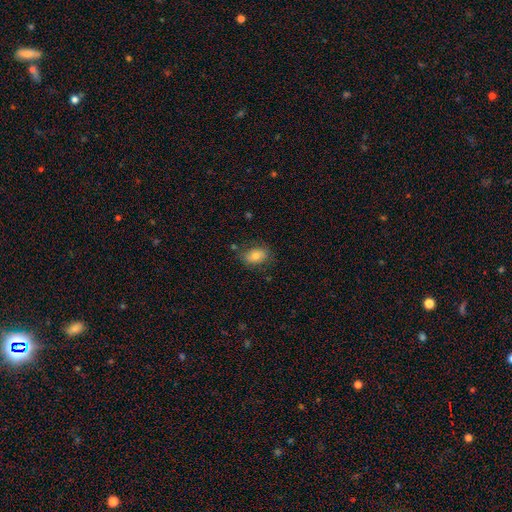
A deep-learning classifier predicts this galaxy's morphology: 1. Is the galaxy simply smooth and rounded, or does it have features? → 76% smooth, 16% featured or disk, 8% star or artifact.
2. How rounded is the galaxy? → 82% in between, 16% round, 2% cigar-shaped.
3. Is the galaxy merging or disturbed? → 74% none, 18% minor disturbance, 5% major disturbance, 2% merger.